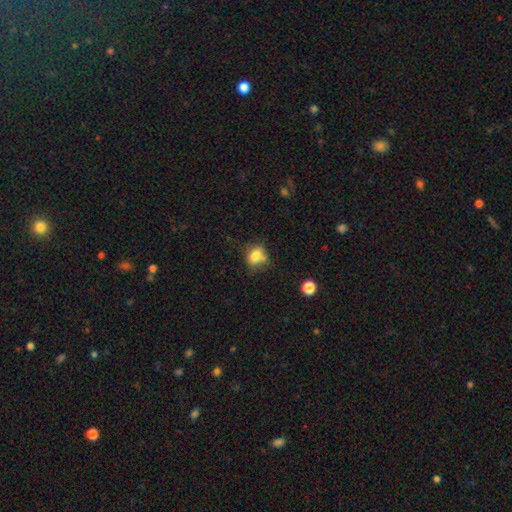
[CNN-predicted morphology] Smooth or featured? smooth (78%)
How rounded? round (51%)
Merging? none (55%)